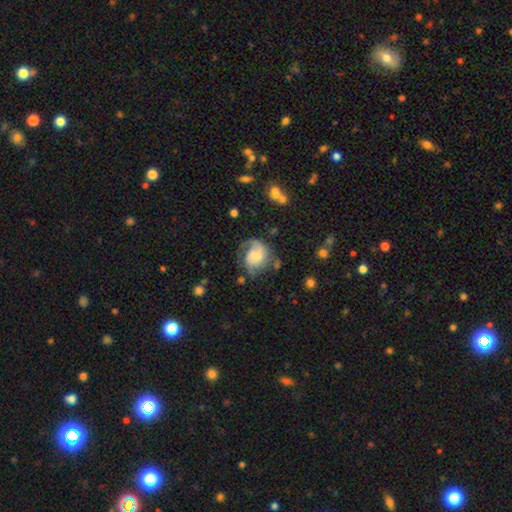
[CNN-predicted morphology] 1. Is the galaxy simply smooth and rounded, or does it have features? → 69% featured or disk, 24% smooth, 7% star or artifact.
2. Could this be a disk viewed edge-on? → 98% no, 2% yes.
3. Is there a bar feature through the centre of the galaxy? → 61% no, 33% weak, 6% strong.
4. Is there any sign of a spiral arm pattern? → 91% yes, 9% no.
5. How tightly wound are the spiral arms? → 44% medium, 30% tight, 26% loose.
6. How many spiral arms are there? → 53% 2, 26% 1, 12% can't tell, 5% 3, 2% 4, 2% more than 4.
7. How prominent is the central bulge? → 38% small, 28% moderate, 18% none, 13% large, 3% dominant.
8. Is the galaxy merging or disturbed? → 52% none, 23% minor disturbance, 22% major disturbance, 3% merger.